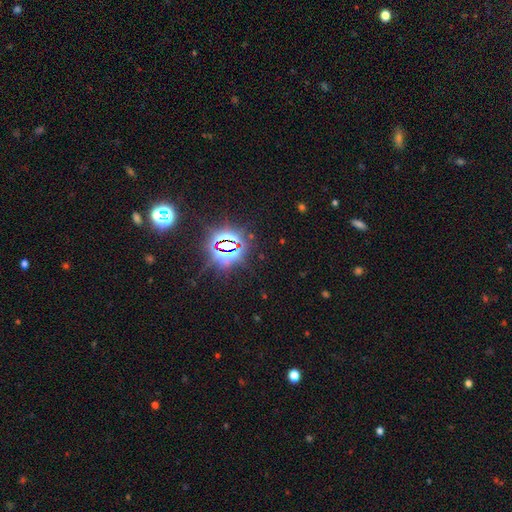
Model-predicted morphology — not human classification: smooth-or-featured: star or artifact: 81% | smooth: 12% | featured or disk: 7%